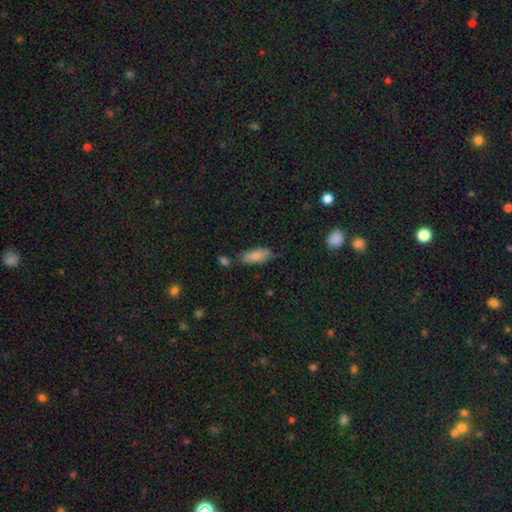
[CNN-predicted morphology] Overall: smooth (83%). How rounded: in between (75%). Merging: none (65%).